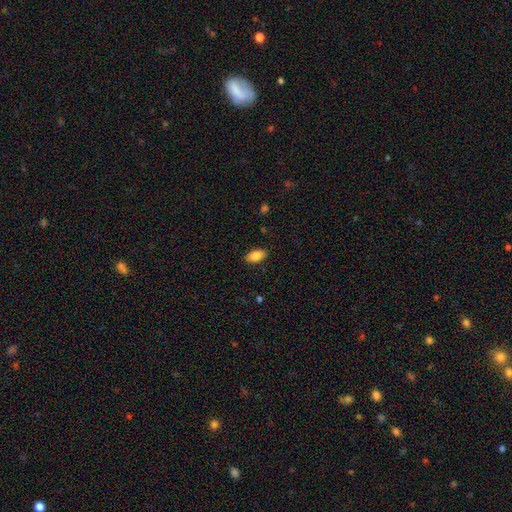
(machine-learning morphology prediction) Smooth or featured?
  - smooth: 85% *
  - featured or disk: 7%
  - star or artifact: 7%
How rounded?
  - in between: 92% *
  - cigar-shaped: 4%
  - round: 4%
Merging?
  - none: 87% *
  - minor disturbance: 9%
  - major disturbance: 2%
  - merger: 1%